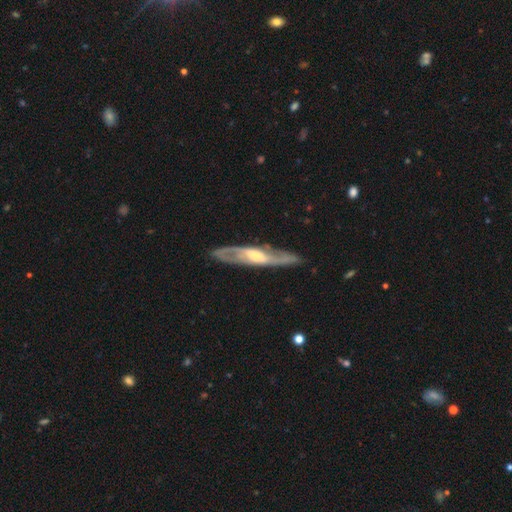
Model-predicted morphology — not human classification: This appears to be a featured or disk galaxy (82%). Merging: none (83%).